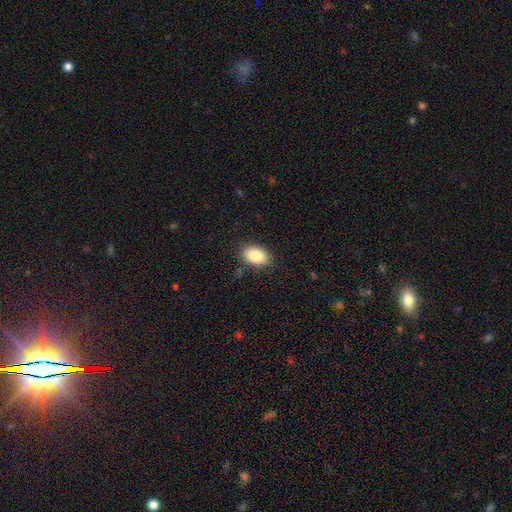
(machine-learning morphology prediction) This is clearly a smooth galaxy (87%). How rounded: clearly in between (85%). Merging: clearly none (83%).